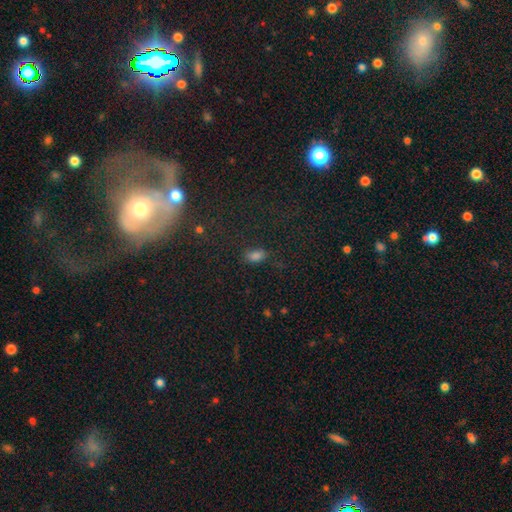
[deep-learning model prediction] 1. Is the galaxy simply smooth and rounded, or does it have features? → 73% smooth, 20% star or artifact, 7% featured or disk.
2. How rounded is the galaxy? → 87% in between, 9% round, 4% cigar-shaped.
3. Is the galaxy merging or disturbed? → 75% none, 16% minor disturbance, 6% major disturbance, 3% merger.